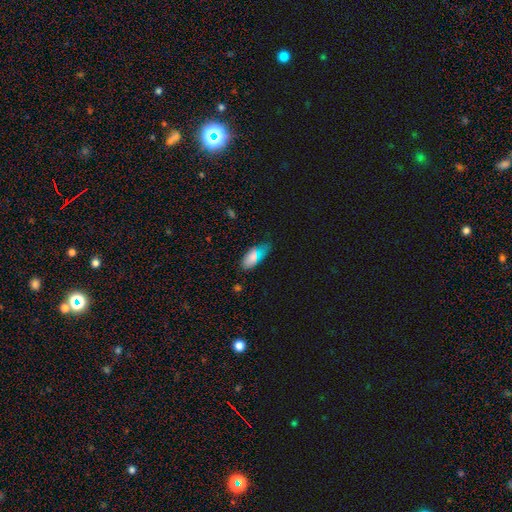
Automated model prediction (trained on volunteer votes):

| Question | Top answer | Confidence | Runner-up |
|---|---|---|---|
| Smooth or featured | smooth | 75% | star or artifact (13%) |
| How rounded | in between | 85% | cigar-shaped (12%) |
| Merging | none | 69% | minor disturbance (24%) |